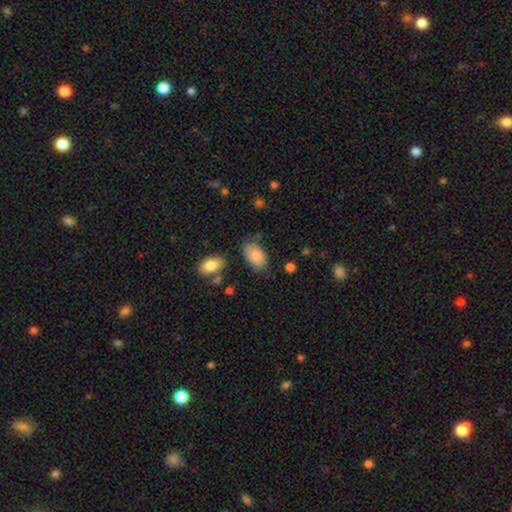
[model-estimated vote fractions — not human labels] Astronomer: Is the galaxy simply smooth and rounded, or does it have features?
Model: smooth — 85%.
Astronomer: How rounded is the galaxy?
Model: in between — 93%.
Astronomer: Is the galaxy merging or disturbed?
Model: none — 73%.